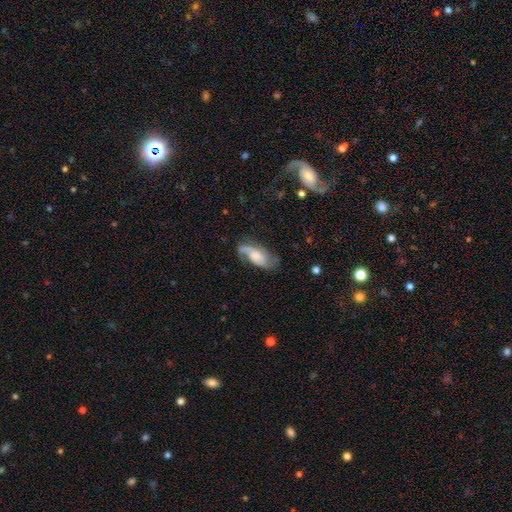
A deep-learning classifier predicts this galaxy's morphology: This is likely a featured or disk galaxy (69%). It is clearly not viewed edge-on (93%). Bar: likely no (63%). Spiral arm pattern: clearly yes (92%). Spiral arm count: likely 2 (66%). Spiral winding: marginally medium (42%). Central bulge: marginally moderate (33%). Merging: possibly none (59%).